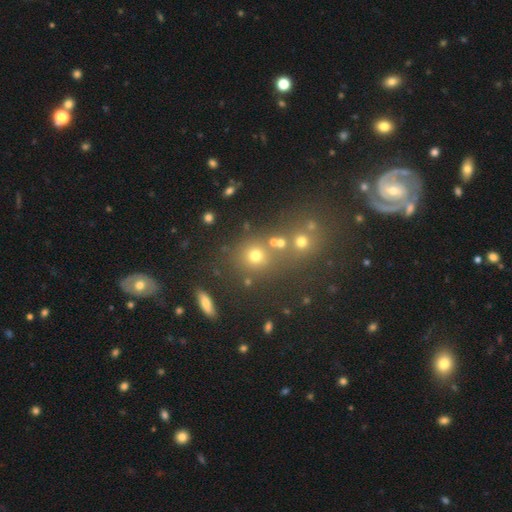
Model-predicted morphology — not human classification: This is likely a smooth galaxy (66%). How rounded: clearly round (84%). Merging: likely none (69%).